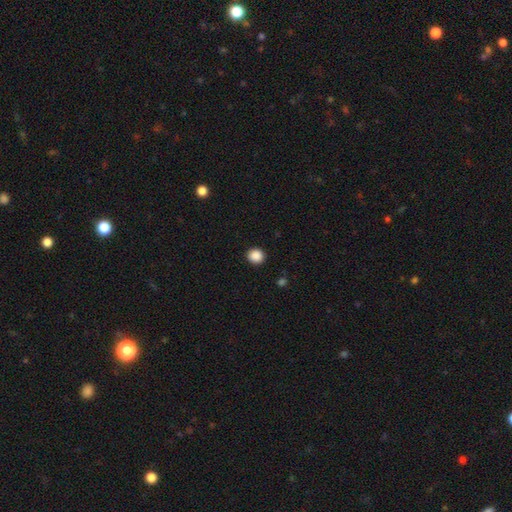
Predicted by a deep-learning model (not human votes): Smooth or featured? smooth (88%)
How rounded? round (87%)
Merging? none (92%)